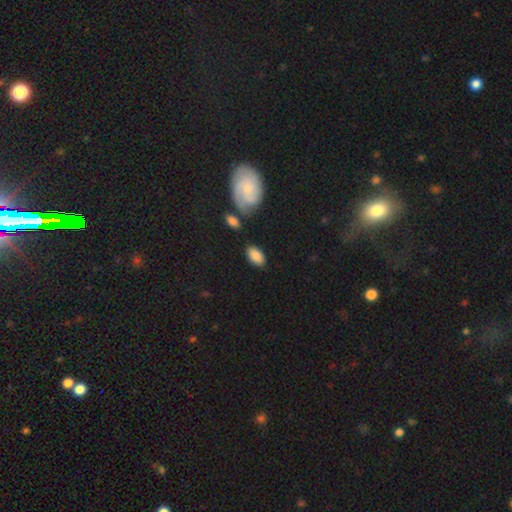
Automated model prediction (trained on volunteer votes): Smooth or featured? Predicted: smooth (p=0.85). How rounded? Predicted: in between (p=0.93). Merging? Predicted: none (p=0.77).